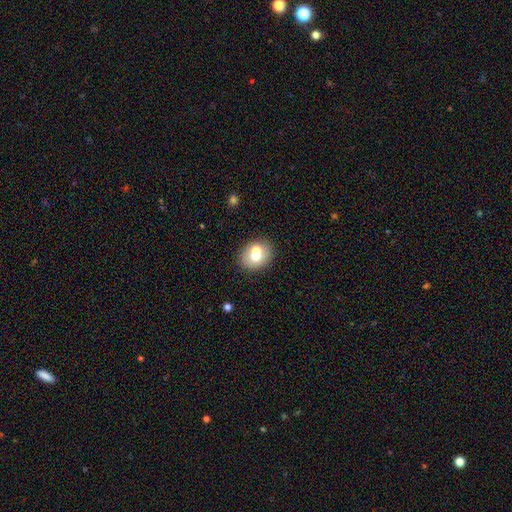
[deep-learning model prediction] A smooth galaxy with no disk features (66%) that is round (60%). Merging: none (60%).